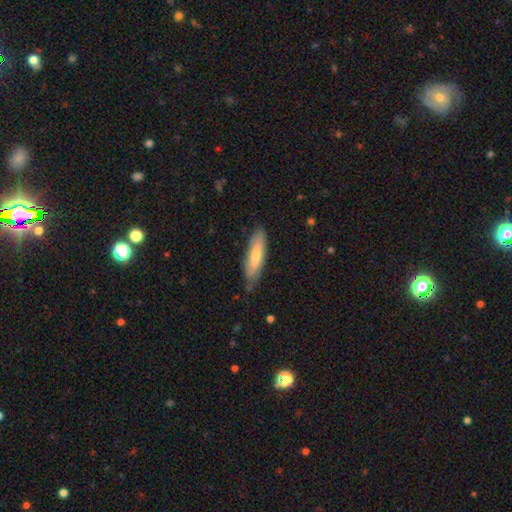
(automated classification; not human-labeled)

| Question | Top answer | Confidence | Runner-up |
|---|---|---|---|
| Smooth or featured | smooth | 68% | featured or disk (26%) |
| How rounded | cigar-shaped | 64% | in between (34%) |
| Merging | none | 78% | minor disturbance (18%) |